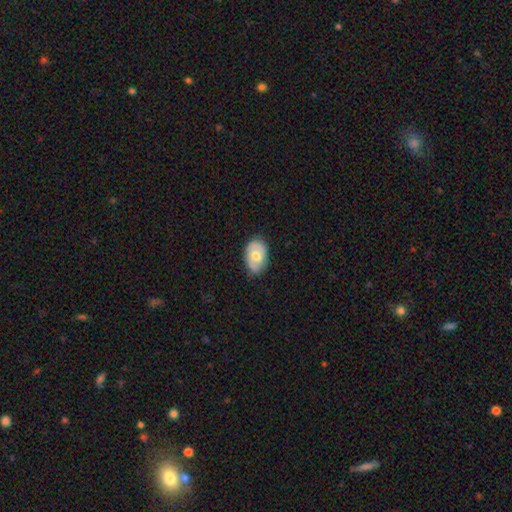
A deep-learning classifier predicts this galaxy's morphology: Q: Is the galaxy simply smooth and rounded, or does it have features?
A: smooth — 50%.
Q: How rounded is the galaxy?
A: in between — 84%.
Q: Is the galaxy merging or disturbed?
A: none — 77%.